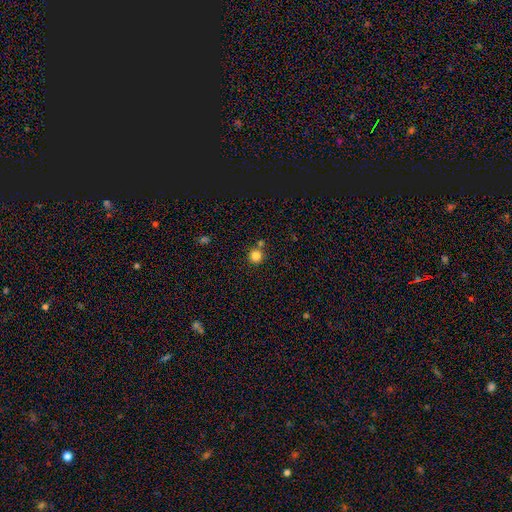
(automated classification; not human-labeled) This is clearly a smooth galaxy (83%). How rounded: clearly round (94%). Merging: likely none (75%).